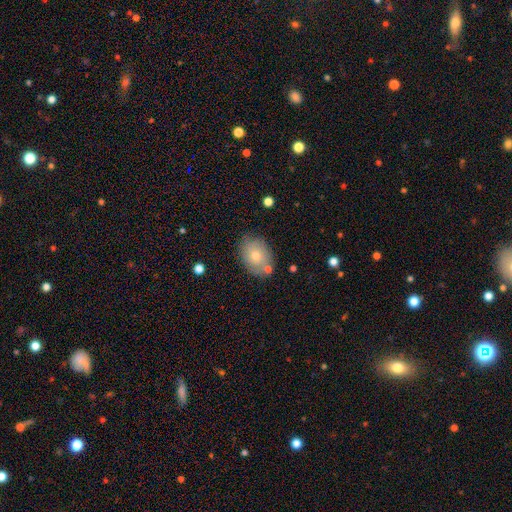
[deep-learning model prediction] smooth 74%, featured or disk 18%, star or artifact 8%. Down the decision tree: how rounded — in between (73%); merging — none (74%).